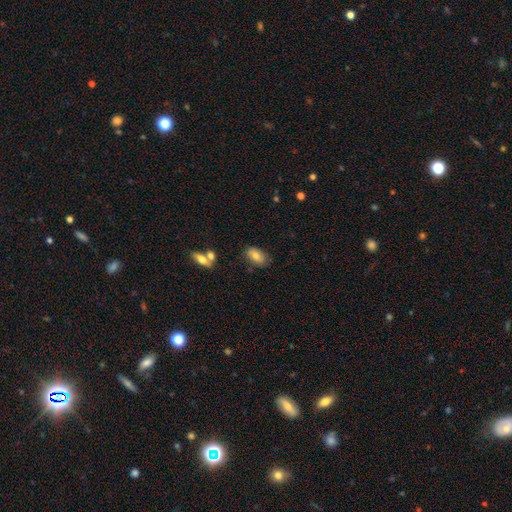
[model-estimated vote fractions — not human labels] A smooth galaxy with no disk features (76%) that is in between round and cigar-shaped (91%). Merging: none (74%).